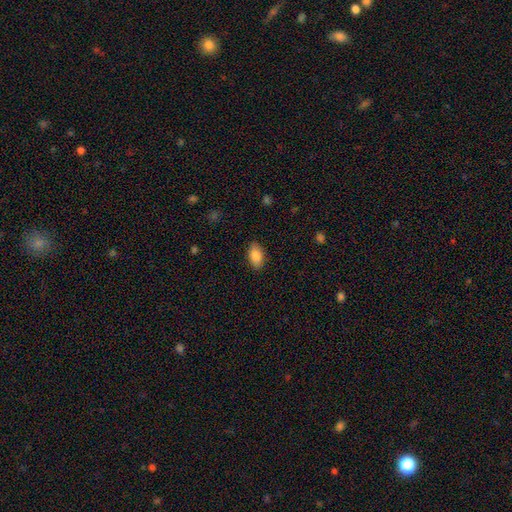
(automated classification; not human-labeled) A smooth galaxy with no disk features (85%) that is in between round and cigar-shaped (92%). Merging: none (88%).